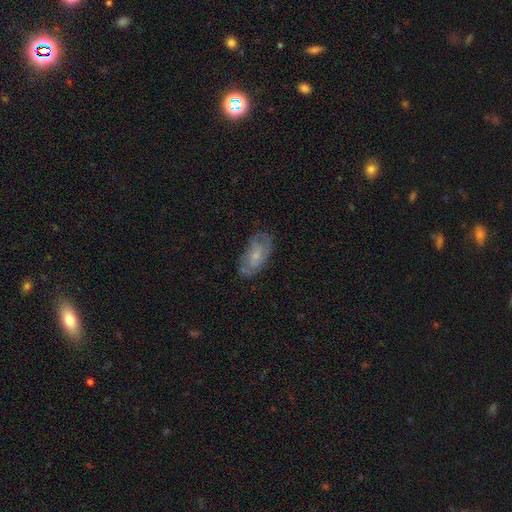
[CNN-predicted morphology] Smooth or featured: featured or disk — 51% (smooth — 42%)
Edge-on disk: no — 91% (yes — 9%)
Merging: none — 67% (minor disturbance — 23%)